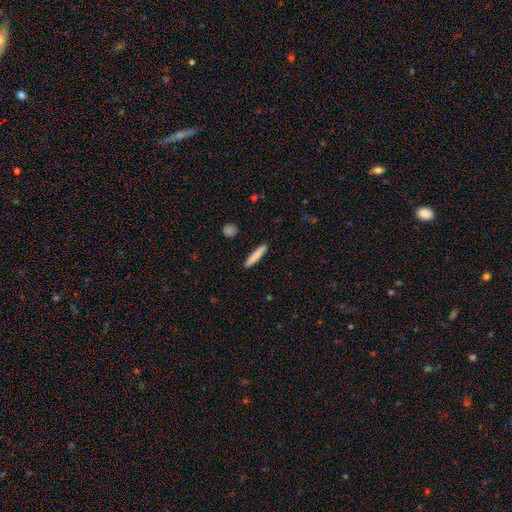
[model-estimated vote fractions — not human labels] Smooth or featured? smooth (83%)
How rounded? cigar-shaped (92%)
Merging? none (91%)